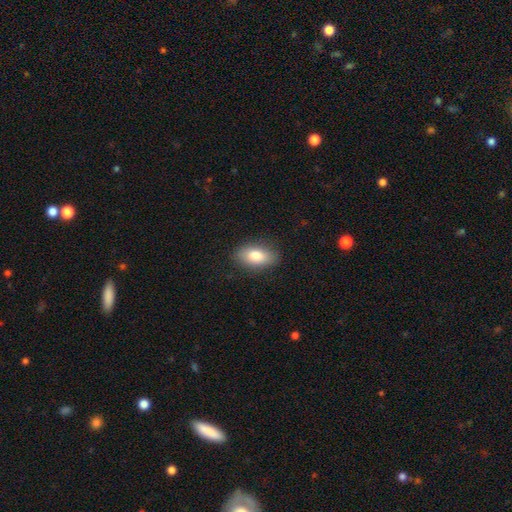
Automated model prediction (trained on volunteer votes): smooth_or_featured: smooth (p=0.81) [alt: featured or disk p=0.11]
how_rounded: in between (p=0.90) [alt: round p=0.06]
merging: none (p=0.85) [alt: minor disturbance p=0.11]